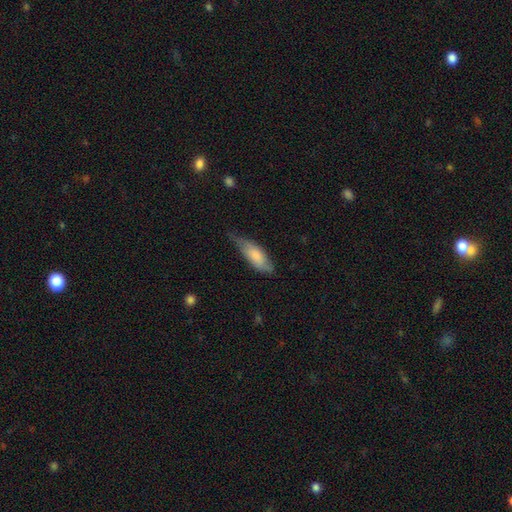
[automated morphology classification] Smooth or featured: smooth — 77% (featured or disk — 18%)
How rounded: in between — 70% (cigar-shaped — 28%)
Merging: minor disturbance — 44% (none — 42%)